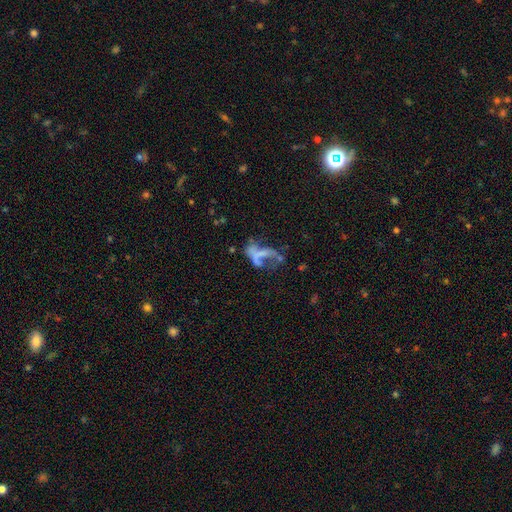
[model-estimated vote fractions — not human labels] This is possibly a featured or disk galaxy (53%). It is clearly not viewed edge-on (95%). Bar: clearly no (82%). Spiral arm pattern: clearly no (86%). Central bulge: likely none (77%). Merging: possibly major disturbance (46%).